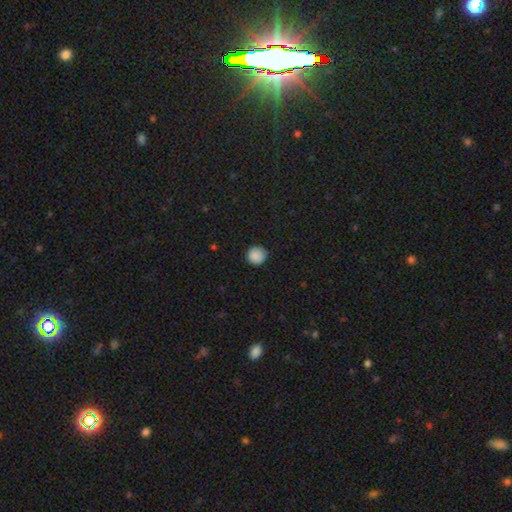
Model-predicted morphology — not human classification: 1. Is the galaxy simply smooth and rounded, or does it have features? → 88% smooth, 9% star or artifact, 3% featured or disk.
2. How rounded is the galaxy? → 94% round, 5% in between, 1% cigar-shaped.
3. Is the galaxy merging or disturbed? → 89% none, 8% minor disturbance, 2% major disturbance, 1% merger.